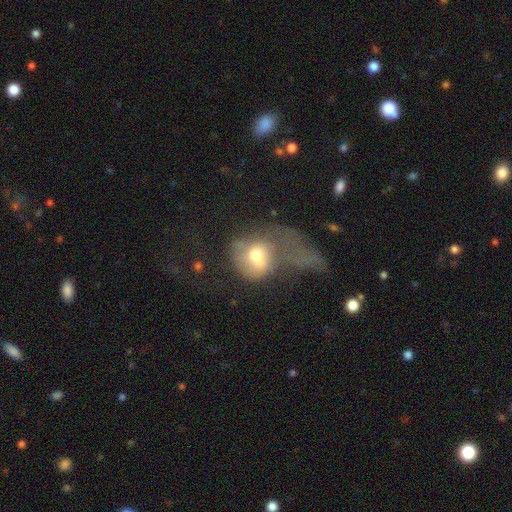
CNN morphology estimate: Smooth or featured?
  - smooth: 55% *
  - featured or disk: 35%
  - star or artifact: 10%
How rounded?
  - round: 60% *
  - in between: 38%
  - cigar-shaped: 2%
Merging?
  - major disturbance: 61% *
  - merger: 16%
  - none: 12%
  - minor disturbance: 11%